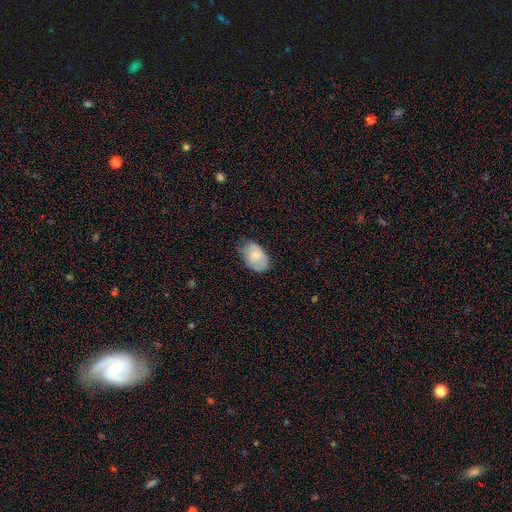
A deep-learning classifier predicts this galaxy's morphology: Smooth or featured? smooth (70%)
How rounded? in between (86%)
Merging? none (58%)